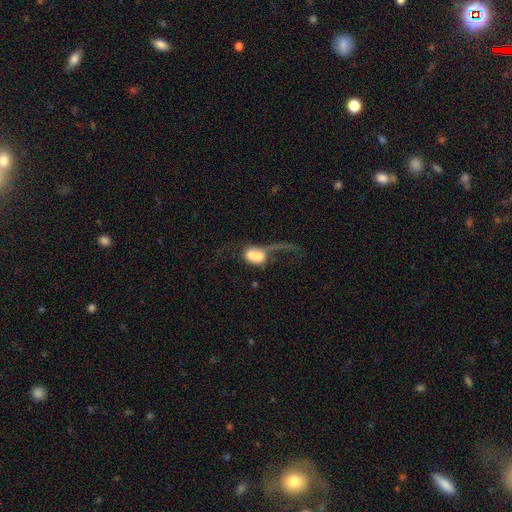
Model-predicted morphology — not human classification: smooth 51%, featured or disk 39%, star or artifact 10%. Down the decision tree: how rounded — round (50%); merging — merger (53%).